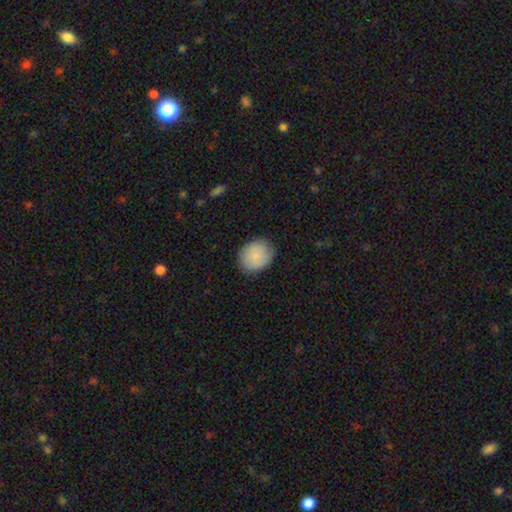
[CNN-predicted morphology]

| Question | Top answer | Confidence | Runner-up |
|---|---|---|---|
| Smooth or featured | smooth | 86% | featured or disk (7%) |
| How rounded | round | 64% | in between (35%) |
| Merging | none | 84% | minor disturbance (12%) |